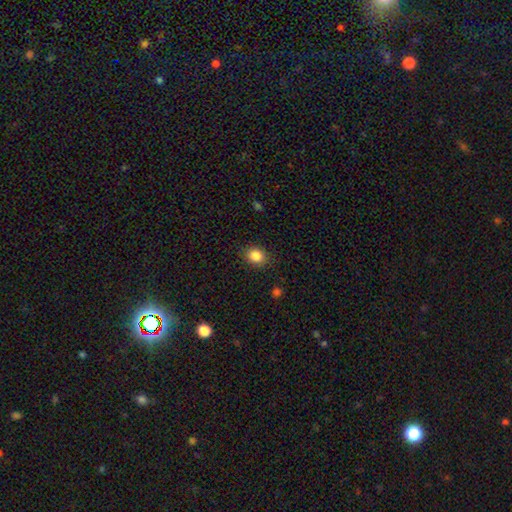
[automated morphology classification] Smooth or featured: smooth — 86% (star or artifact — 10%)
How rounded: round — 52% (in between — 47%)
Merging: none — 86% (minor disturbance — 10%)